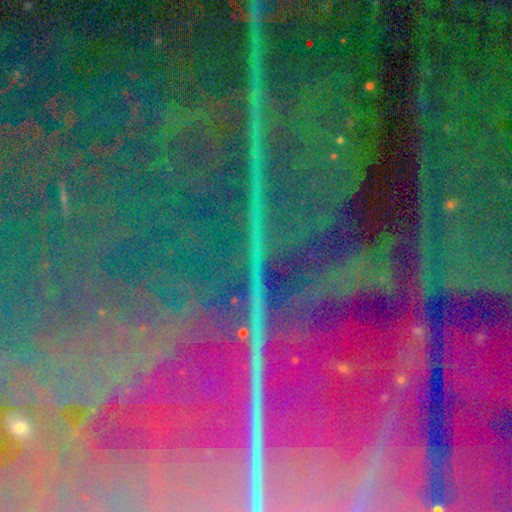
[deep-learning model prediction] Smooth or featured? Predicted: star or artifact (p=0.88).